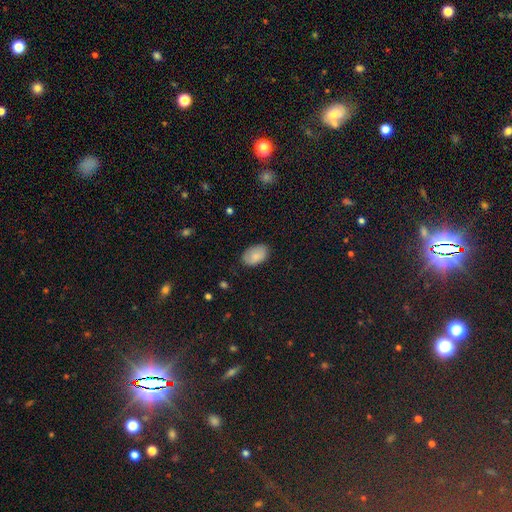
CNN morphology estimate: smooth-or-featured: smooth: 85% | featured or disk: 8% | star or artifact: 7%
  how-rounded: in between: 92% | round: 7% | cigar-shaped: 1%
  merging: none: 79% | minor disturbance: 17% | major disturbance: 4% | merger: 1%